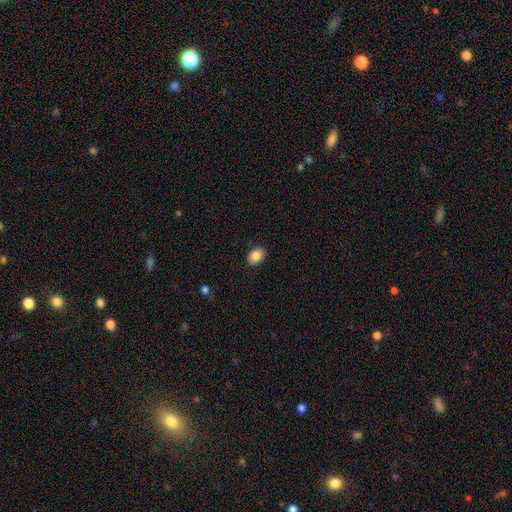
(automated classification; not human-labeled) smooth_or_featured: smooth (p=0.87) [alt: star or artifact p=0.08]
how_rounded: in between (p=0.82) [alt: round p=0.17]
merging: none (p=0.88) [alt: minor disturbance p=0.09]